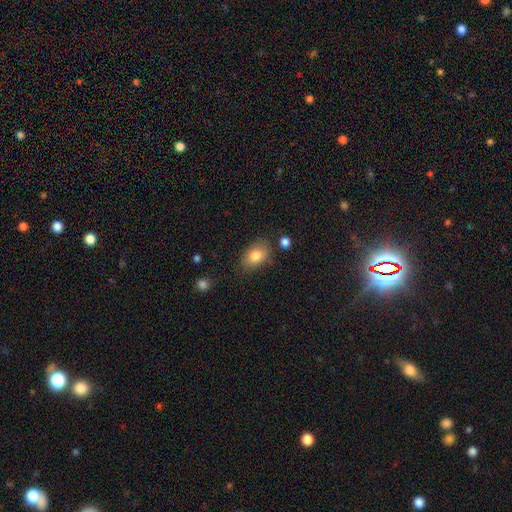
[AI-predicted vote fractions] Smooth or featured: smooth — 81% (featured or disk — 10%)
How rounded: in between — 83% (round — 15%)
Merging: none — 74% (minor disturbance — 18%)